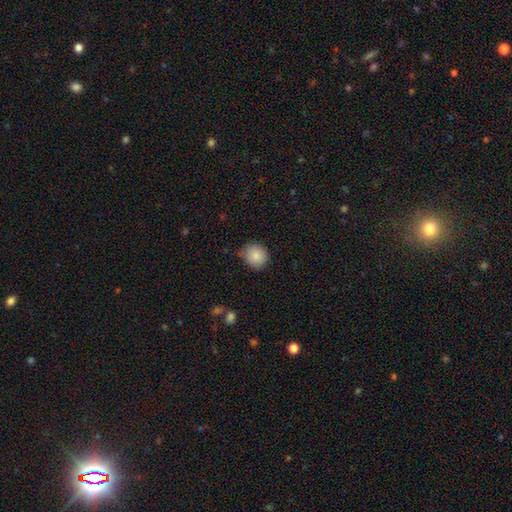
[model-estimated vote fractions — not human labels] A smooth galaxy with no disk features (87%) that is round (83%). Merging: none (75%).